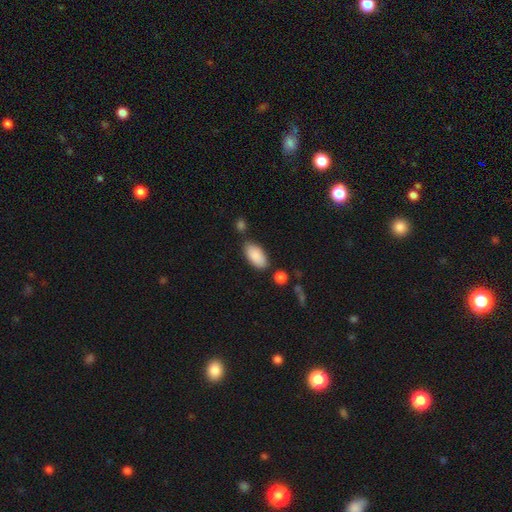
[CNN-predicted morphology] Smooth or featured: smooth — 89% (star or artifact — 6%)
How rounded: in between — 93% (cigar-shaped — 5%)
Merging: none — 73% (minor disturbance — 15%)